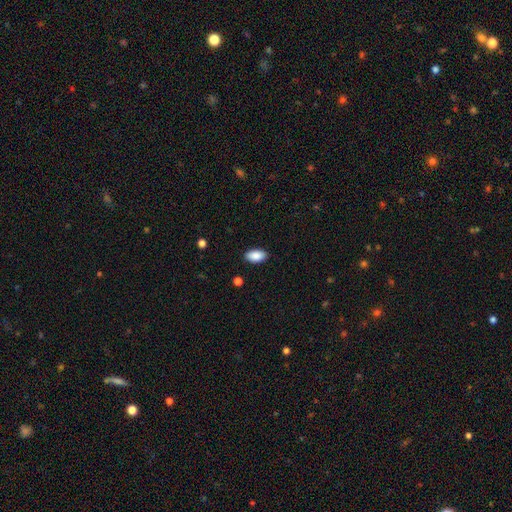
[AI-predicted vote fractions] smooth_or_featured: smooth (p=0.89) [alt: star or artifact p=0.07]
how_rounded: in between (p=0.94) [alt: round p=0.03]
merging: none (p=0.89) [alt: minor disturbance p=0.08]